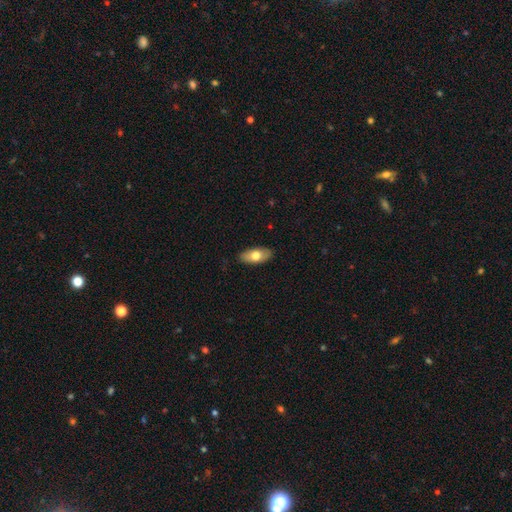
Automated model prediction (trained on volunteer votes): Morphology: type=smooth (71%); roundness=in between (88%); merging=none (87%).